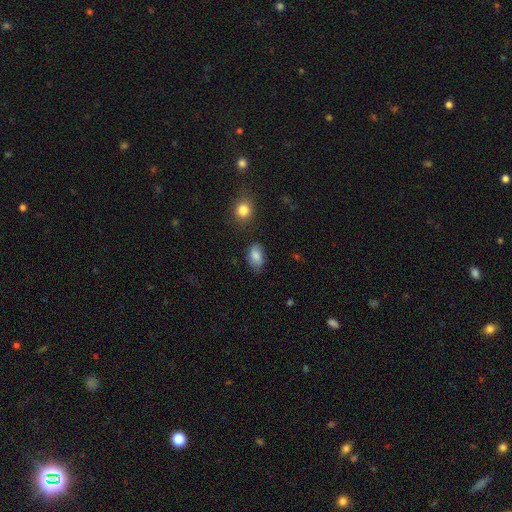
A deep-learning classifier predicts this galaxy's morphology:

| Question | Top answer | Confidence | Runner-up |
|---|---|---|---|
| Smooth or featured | smooth | 82% | featured or disk (10%) |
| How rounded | in between | 90% | round (8%) |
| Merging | none | 70% | minor disturbance (22%) |